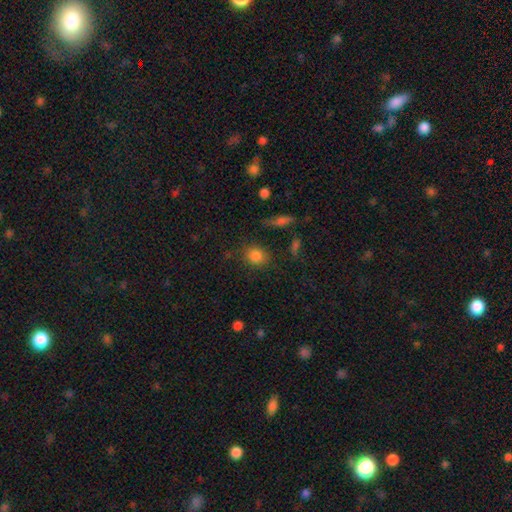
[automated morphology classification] smooth-or-featured: smooth: 82% | star or artifact: 12% | featured or disk: 6%
  how-rounded: round: 67% | in between: 31% | cigar-shaped: 2%
  merging: none: 79% | minor disturbance: 13% | major disturbance: 4% | merger: 4%